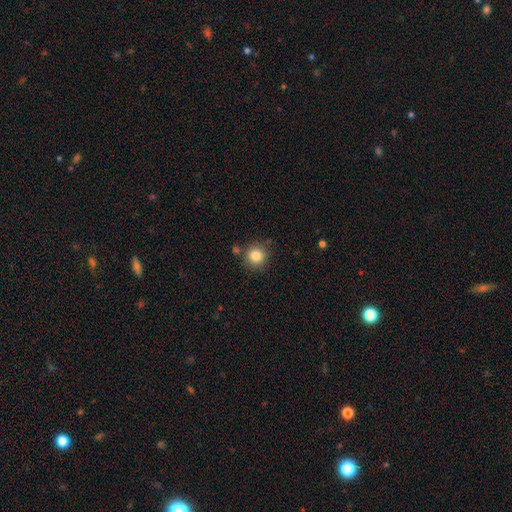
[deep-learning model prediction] Smooth or featured? Predicted: smooth (p=0.84). How rounded? Predicted: round (p=0.91). Merging? Predicted: none (p=0.81).